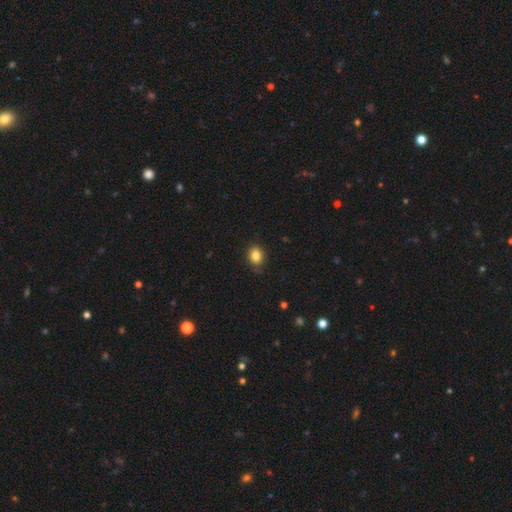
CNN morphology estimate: The model was most divided on "how rounded": in between: 51%, round: 48%, cigar-shaped: 1%. More confident: smooth or featured — smooth (84%); merging — none (81%).